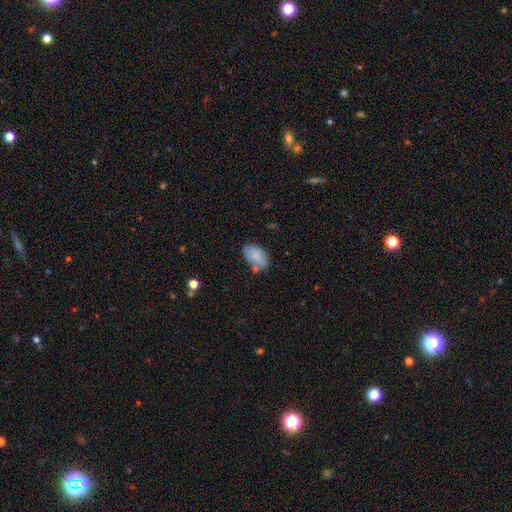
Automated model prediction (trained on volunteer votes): smooth-or-featured: smooth: 77% | featured or disk: 16% | star or artifact: 7%
  how-rounded: in between: 90% | round: 9% | cigar-shaped: 1%
  merging: none: 54% | minor disturbance: 30% | merger: 9% | major disturbance: 7%